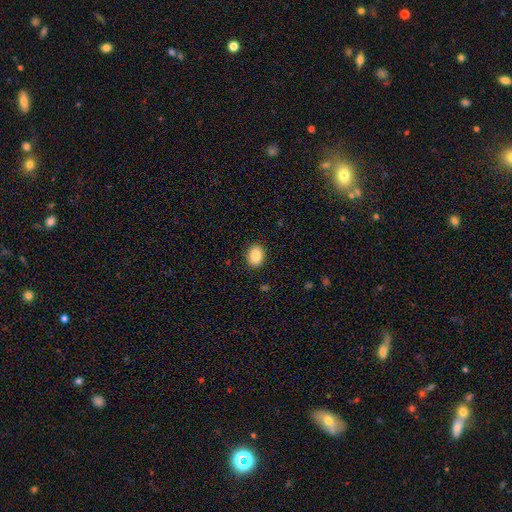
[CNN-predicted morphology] smooth_or_featured: smooth (p=0.89) [alt: star or artifact p=0.08]
how_rounded: in between (p=0.75) [alt: round p=0.24]
merging: none (p=0.89) [alt: minor disturbance p=0.08]